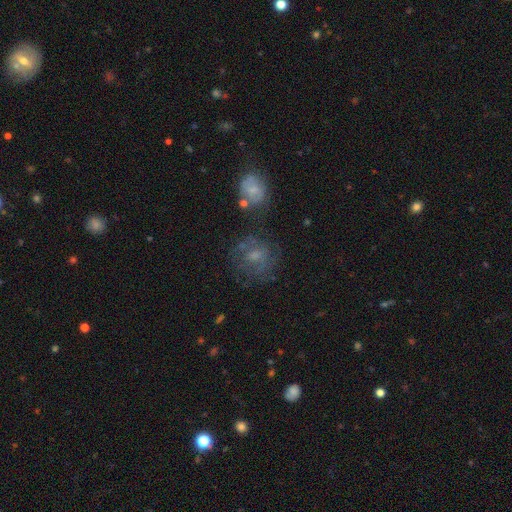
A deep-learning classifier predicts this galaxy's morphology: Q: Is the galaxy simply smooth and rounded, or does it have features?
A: smooth — 46%.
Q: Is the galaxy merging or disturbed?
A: none — 60%.